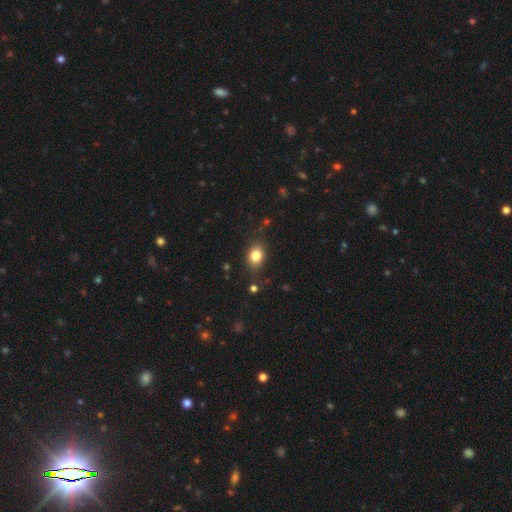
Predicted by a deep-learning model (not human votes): Smooth or featured: smooth — 82% (star or artifact — 10%)
How rounded: in between — 61% (round — 38%)
Merging: none — 81% (minor disturbance — 13%)